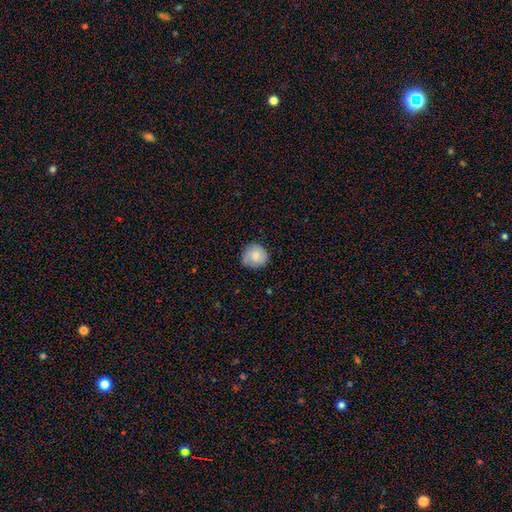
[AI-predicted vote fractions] This is clearly a smooth galaxy (80%). How rounded: clearly round (86%). Merging: likely none (77%).